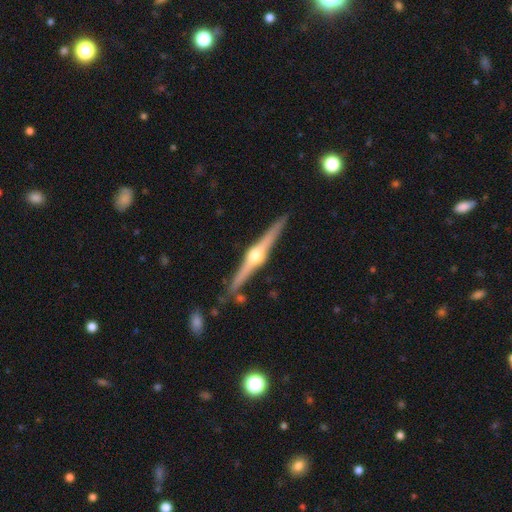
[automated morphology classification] smooth_or_featured: featured or disk (p=0.85) [alt: smooth p=0.10]
disk_edge_on: yes (p=0.98) [alt: no p=0.02]
edge_on_bulge: rounded (p=0.96) [alt: boxy p=0.03]
merging: none (p=0.89) [alt: minor disturbance p=0.08]